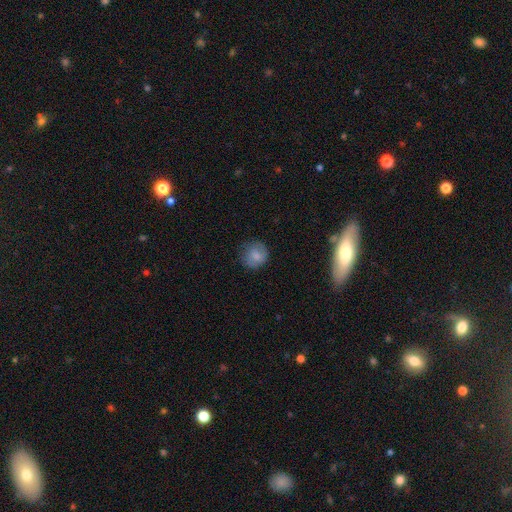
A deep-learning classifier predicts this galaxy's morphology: Overall: smooth (78%). How rounded: round (88%). Merging: none (74%).